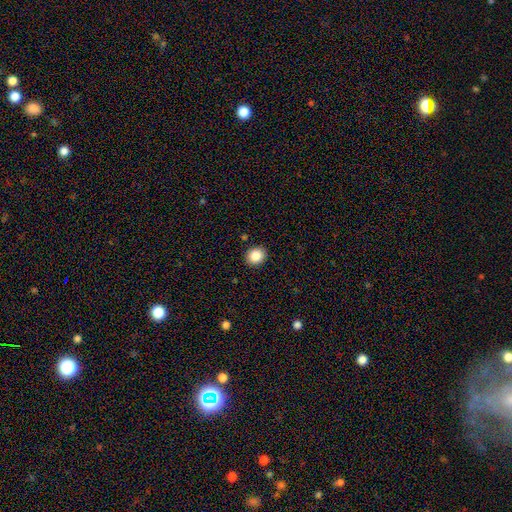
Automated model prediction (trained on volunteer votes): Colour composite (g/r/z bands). It shows a smooth galaxy with no disk features (86%) that is round (68%). Merging: none (90%).